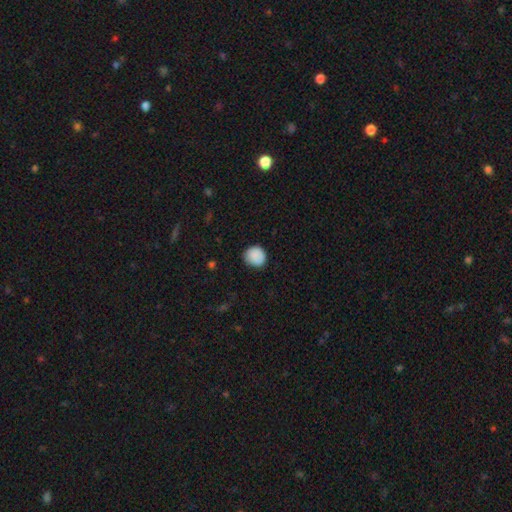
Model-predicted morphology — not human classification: A smooth galaxy with no disk features (88%) that is round (89%). Merging: none (83%).